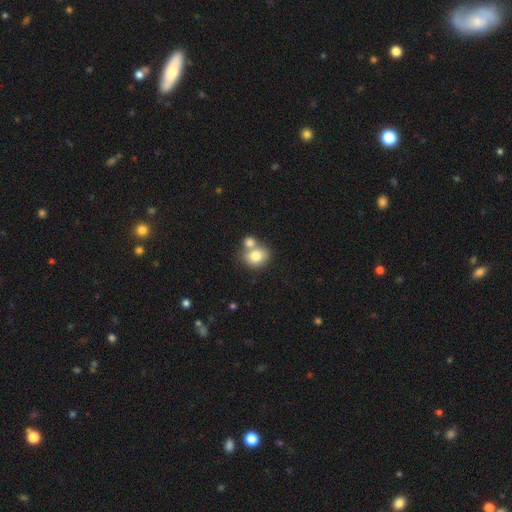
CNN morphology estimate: Overall: smooth (79%). How rounded: round (66%; in between 33%). Merging: merger (47%; none 40%).